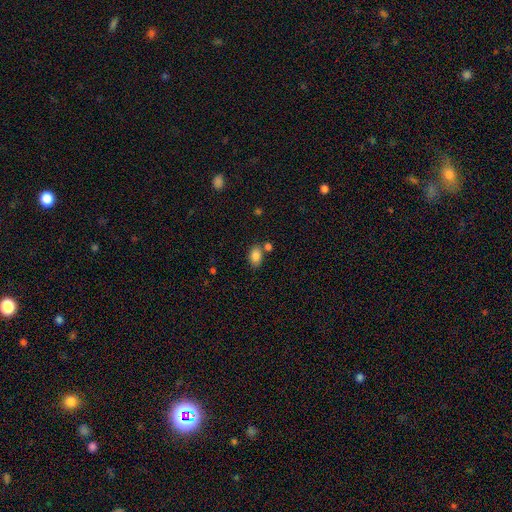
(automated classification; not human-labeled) A smooth galaxy with no disk features (85%) that is in between round and cigar-shaped (83%).

Vote fractions:
- Smooth or featured? smooth: 85% / star or artifact: 9% / featured or disk: 6%
- How rounded? in between: 83% / round: 15% / cigar-shaped: 1%
- Merging? none: 66% / merger: 17% / minor disturbance: 13% / major disturbance: 4%